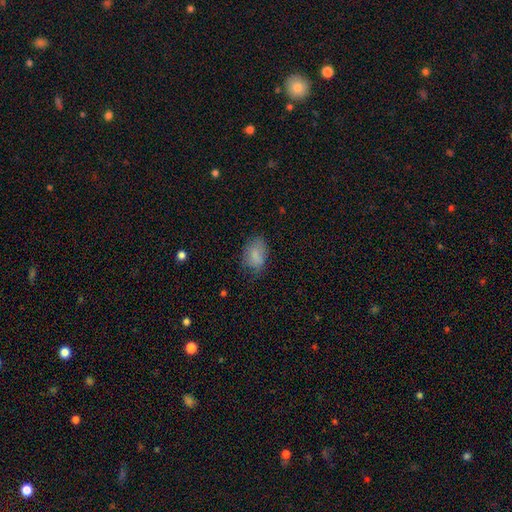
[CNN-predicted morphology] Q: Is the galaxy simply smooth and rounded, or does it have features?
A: smooth — 80%.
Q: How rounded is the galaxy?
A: in between — 89%.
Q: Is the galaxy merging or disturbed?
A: none — 62%.